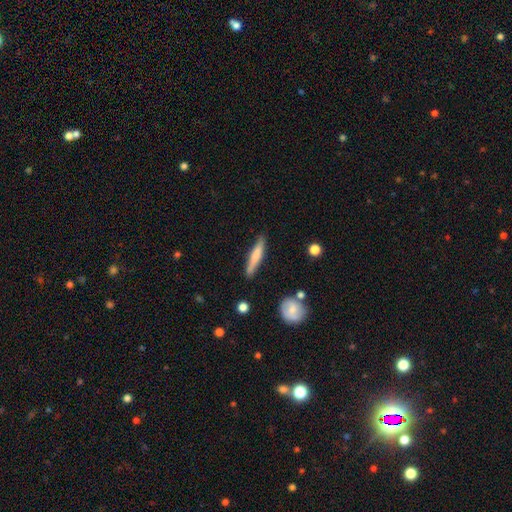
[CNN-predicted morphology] Smooth or featured? Predicted: smooth (p=0.62). How rounded? Predicted: cigar-shaped (p=0.90). Merging? Predicted: none (p=0.83).